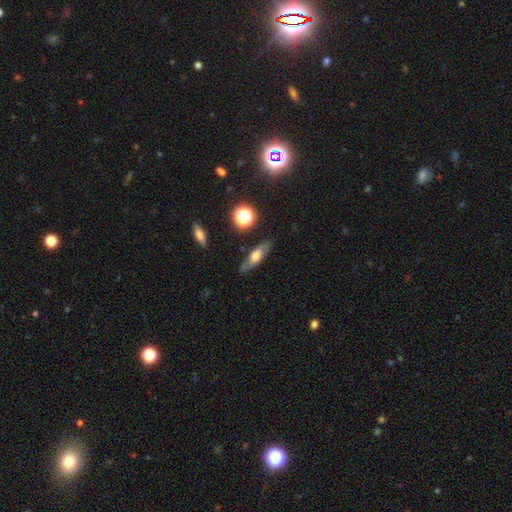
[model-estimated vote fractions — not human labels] smooth 49%, featured or disk 41%, star or artifact 10%. Down the decision tree: merging — none (80%).